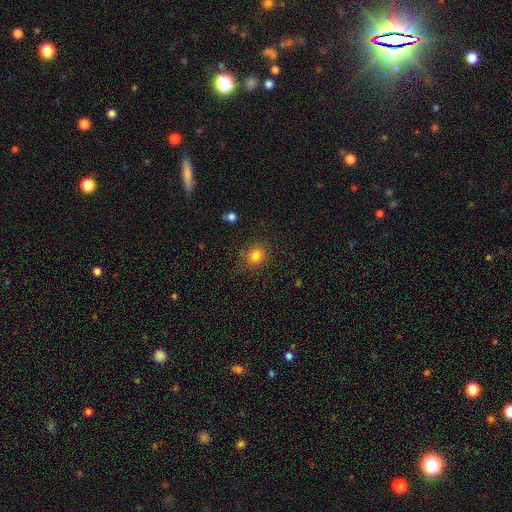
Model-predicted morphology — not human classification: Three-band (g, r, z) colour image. It shows a smooth galaxy with no disk features (81%) that is round (70%). Merging: none (78%).